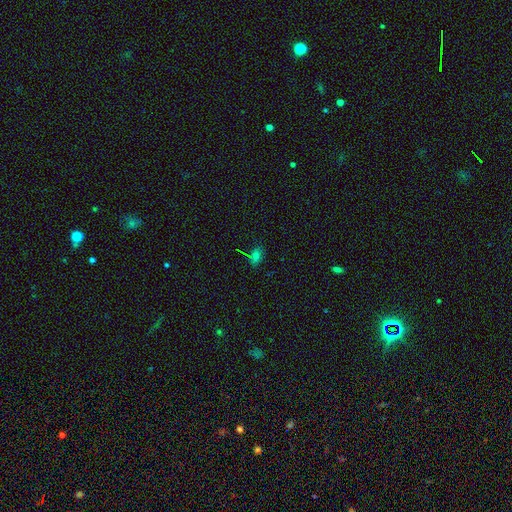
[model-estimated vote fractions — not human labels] Overall: smooth (57%; star or artifact 30%). How rounded: in between (77%). Merging: none (75%).